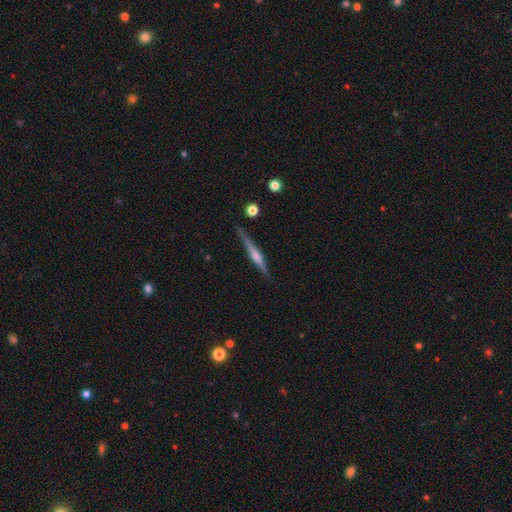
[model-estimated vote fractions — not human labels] Smooth or featured? Predicted: featured or disk (p=0.71). Edge-on disk? Predicted: yes (p=0.98). Edge-on bulge? Predicted: rounded (p=0.71). Merging? Predicted: none (p=0.86).